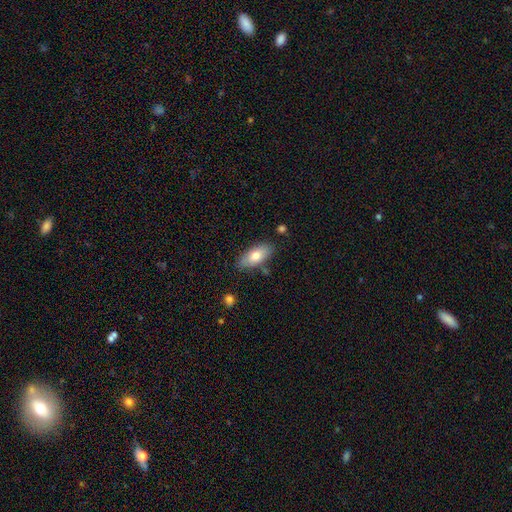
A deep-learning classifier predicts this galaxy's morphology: Smooth or featured?
  - smooth: 74% *
  - featured or disk: 19%
  - star or artifact: 6%
How rounded?
  - in between: 88% *
  - cigar-shaped: 10%
  - round: 3%
Merging?
  - none: 79% *
  - minor disturbance: 14%
  - merger: 3%
  - major disturbance: 3%